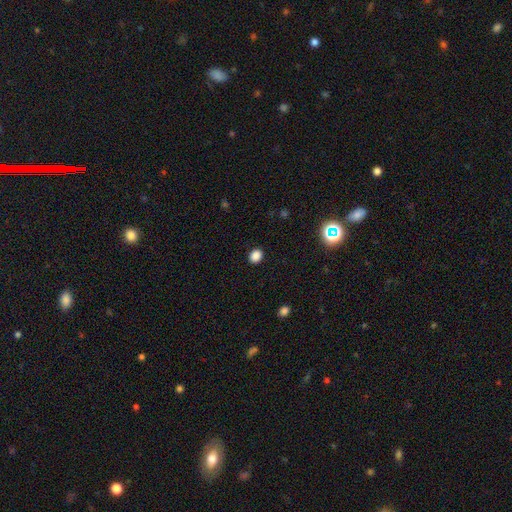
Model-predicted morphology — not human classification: Smooth or featured: smooth — 86% (star or artifact — 11%)
How rounded: round — 54% (in between — 45%)
Merging: none — 90% (minor disturbance — 7%)